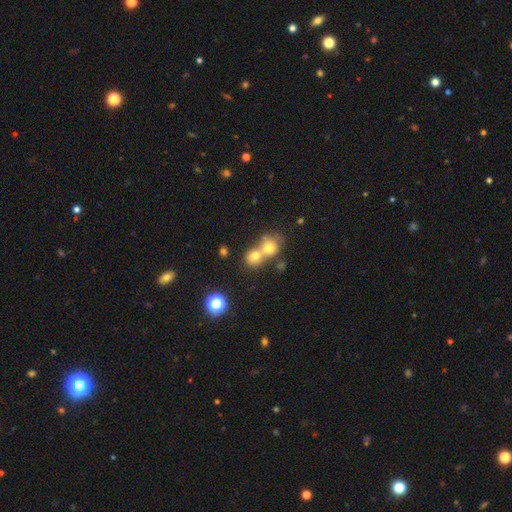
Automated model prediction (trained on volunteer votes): A smooth galaxy with no disk features (70%) that is round (72%). Merging: merger (65%).